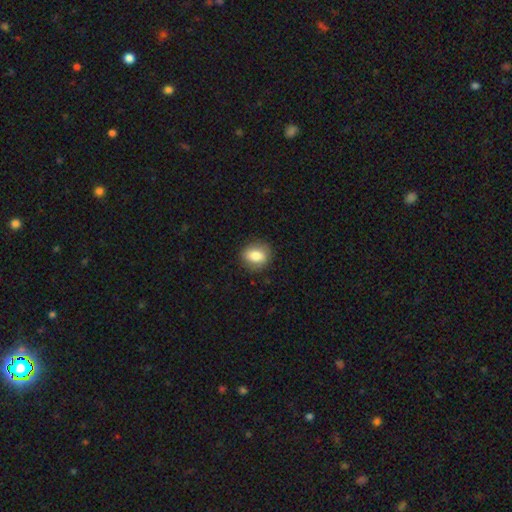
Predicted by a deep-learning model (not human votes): A smooth galaxy with no disk features (79%) that is round (53%). Merging: none (85%).